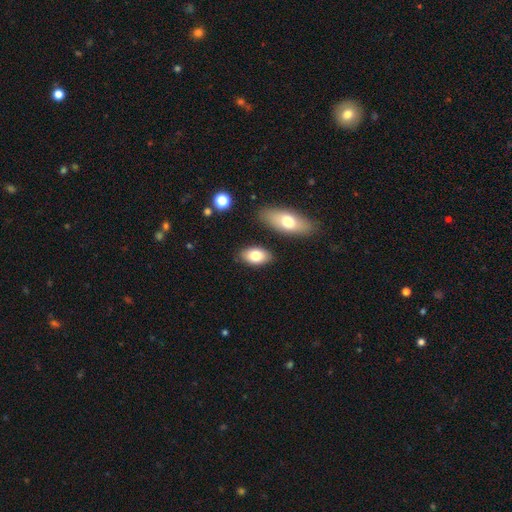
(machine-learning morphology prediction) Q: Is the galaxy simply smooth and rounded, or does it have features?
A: smooth — 80%.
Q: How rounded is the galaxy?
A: in between — 91%.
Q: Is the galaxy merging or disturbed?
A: none — 82%.